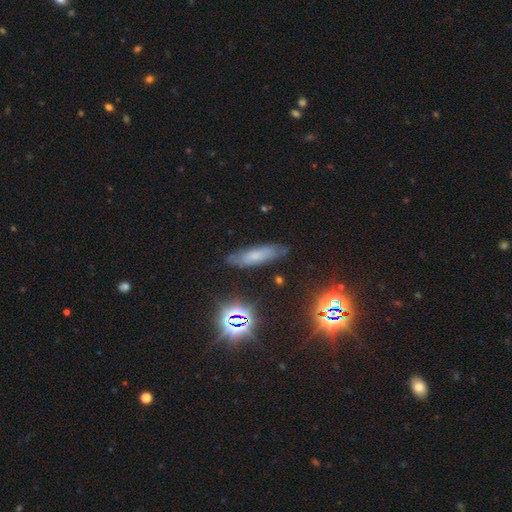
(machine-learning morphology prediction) Overall: smooth (54%; featured or disk 27%). How rounded: cigar-shaped (57%; in between 40%). Merging: none (80%).